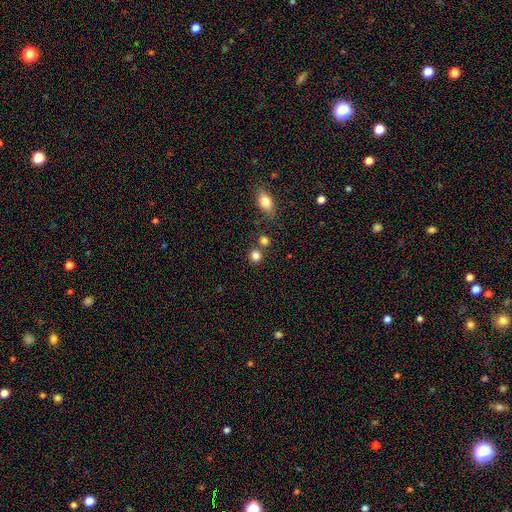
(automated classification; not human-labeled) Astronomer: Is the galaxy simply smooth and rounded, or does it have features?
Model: smooth — 83%.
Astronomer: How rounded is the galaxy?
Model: round — 86%.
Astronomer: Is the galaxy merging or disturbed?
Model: none — 72%.